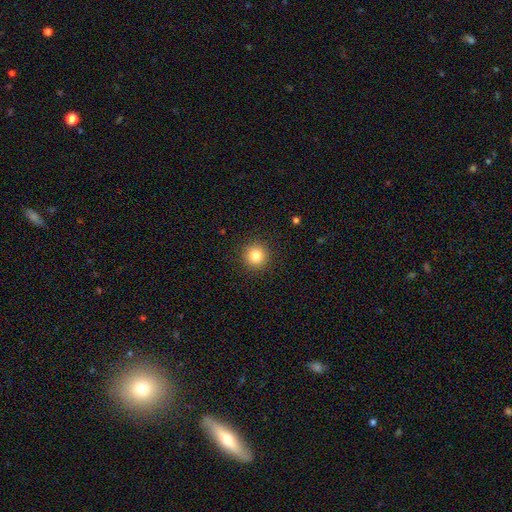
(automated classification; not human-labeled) Q: Smooth or featured?
A: smooth (82%); runner-up: star or artifact (11%)
Q: How rounded?
A: round (95%); runner-up: in between (4%)
Q: Merging?
A: none (92%); runner-up: minor disturbance (5%)